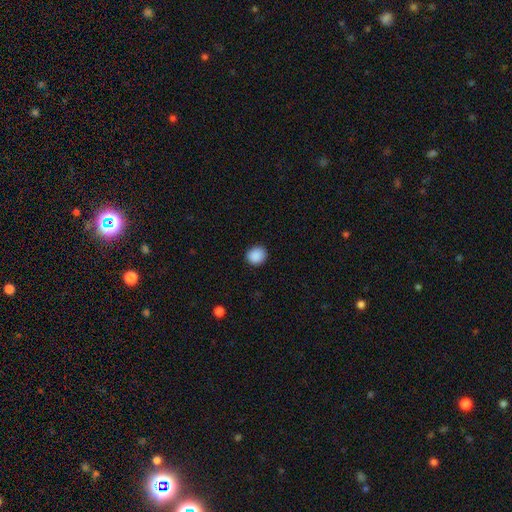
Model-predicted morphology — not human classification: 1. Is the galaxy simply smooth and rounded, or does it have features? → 89% smooth, 8% star or artifact, 2% featured or disk.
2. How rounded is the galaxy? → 83% round, 16% in between, 1% cigar-shaped.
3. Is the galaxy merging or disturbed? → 90% none, 7% minor disturbance, 2% major disturbance, 1% merger.